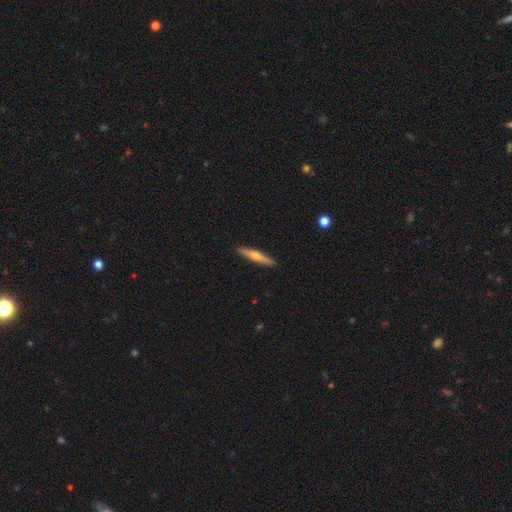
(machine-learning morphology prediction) Smooth or featured: smooth — 57% (featured or disk — 38%)
How rounded: cigar-shaped — 90% (in between — 8%)
Merging: none — 91% (minor disturbance — 6%)